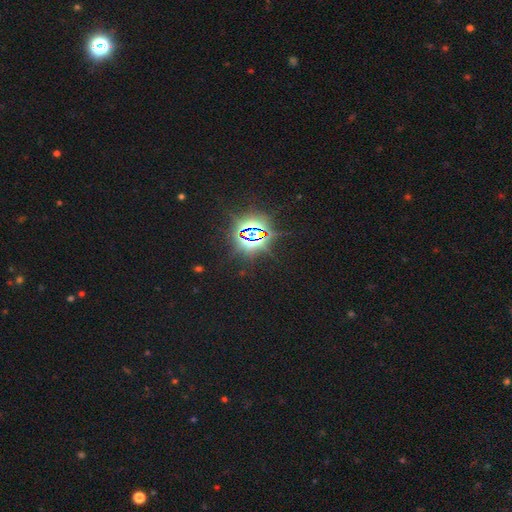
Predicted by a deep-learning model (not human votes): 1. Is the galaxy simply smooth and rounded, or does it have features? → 85% star or artifact, 9% smooth, 6% featured or disk.